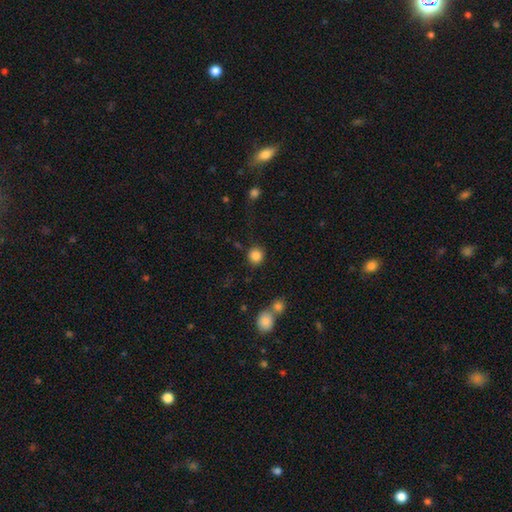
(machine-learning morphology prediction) A smooth galaxy with no disk features (85%) that is round (91%).

Vote fractions:
- Smooth or featured? smooth: 85% / star or artifact: 10% / featured or disk: 4%
- How rounded? round: 91% / in between: 8% / cigar-shaped: 1%
- Merging? none: 85% / minor disturbance: 8% / merger: 4% / major disturbance: 3%